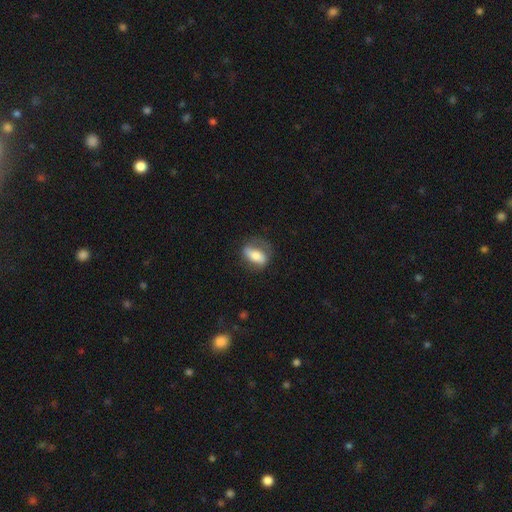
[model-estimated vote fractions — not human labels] This appears to be a smooth galaxy with no disk features (59%) that is in between round and cigar-shaped (78%). Merging: none (58%).